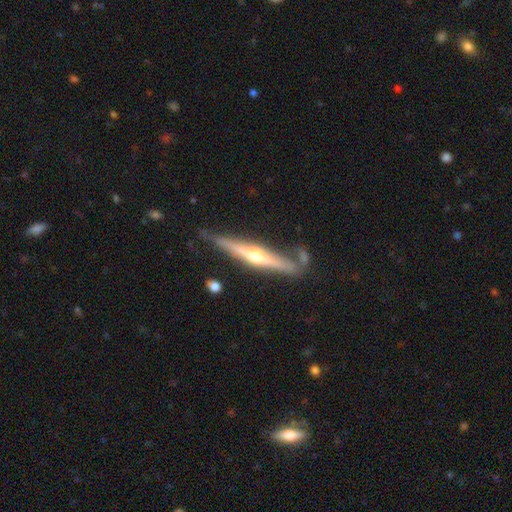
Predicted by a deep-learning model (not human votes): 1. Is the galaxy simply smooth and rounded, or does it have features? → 74% featured or disk, 21% smooth, 5% star or artifact.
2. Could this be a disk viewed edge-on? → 97% yes, 3% no.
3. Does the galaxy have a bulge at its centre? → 91% rounded, 5% none, 4% boxy.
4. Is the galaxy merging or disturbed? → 75% none, 16% minor disturbance, 6% merger, 4% major disturbance.